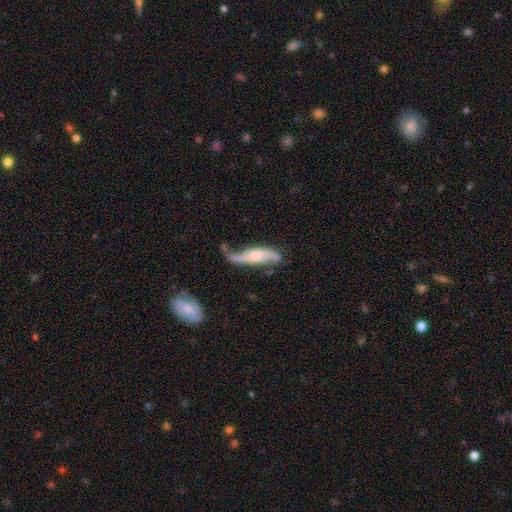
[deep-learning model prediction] Overall: featured or disk (74%). Edge-on disk: no (77%). Bar: no (58%; weak 30%). Spiral arms: yes (91%). Spiral arm count: 2 (86%). Spiral winding: loose (79%). Bulge size: moderate (50%; small 37%). Merging: none (43%; minor disturbance 30%).